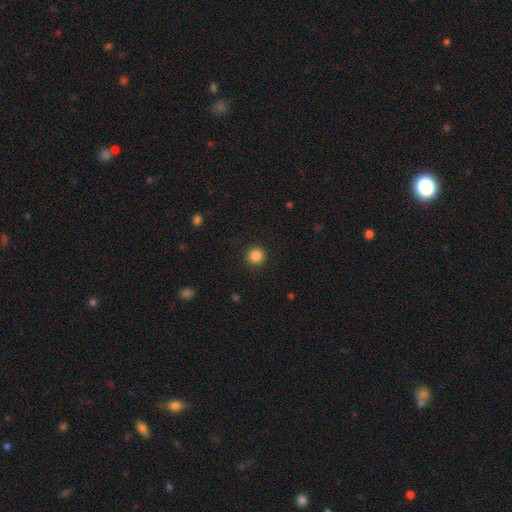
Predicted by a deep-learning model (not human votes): Smooth or featured? smooth (86%)
How rounded? round (95%)
Merging? none (92%)